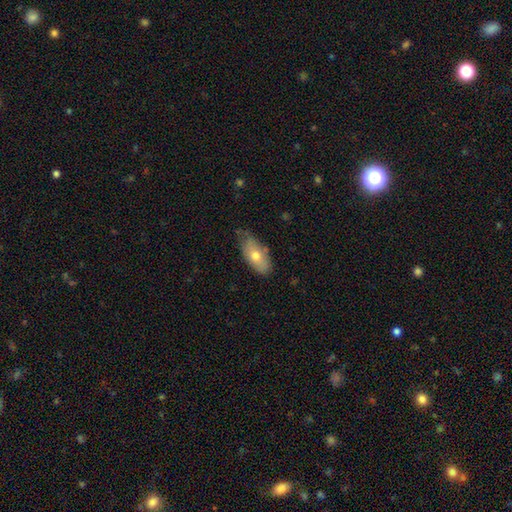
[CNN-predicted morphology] Smooth or featured? Predicted: smooth (p=0.70). How rounded? Predicted: in between (p=0.90). Merging? Predicted: none (p=0.62).